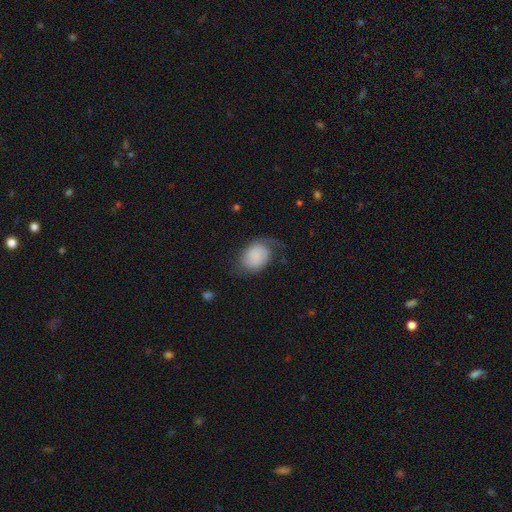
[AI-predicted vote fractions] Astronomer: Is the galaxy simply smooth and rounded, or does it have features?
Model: smooth — 53% (runner-up: featured or disk, 39%).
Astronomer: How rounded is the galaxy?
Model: in between — 60% (runner-up: round, 39%).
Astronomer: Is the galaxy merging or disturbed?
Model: none — 46% (runner-up: minor disturbance, 28%).